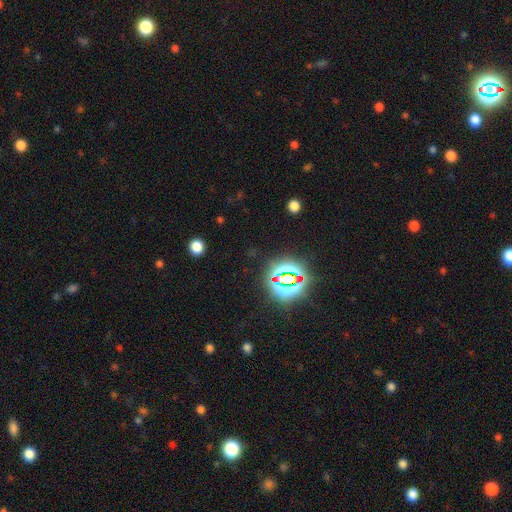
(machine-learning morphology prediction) This is likely a star or artifact rather than a galaxy (79%).